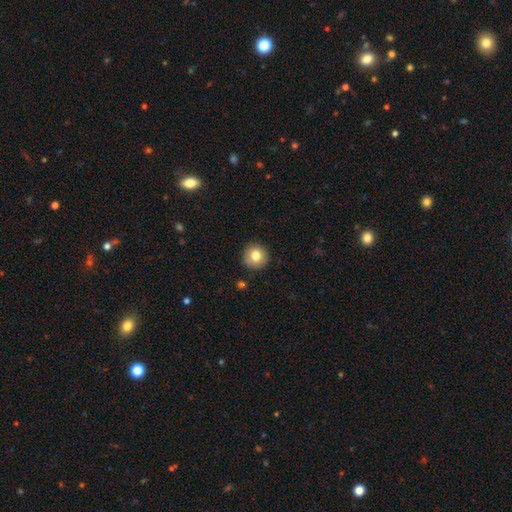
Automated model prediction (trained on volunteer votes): Smooth or featured? Predicted: smooth (p=0.80). How rounded? Predicted: round (p=0.94). Merging? Predicted: none (p=0.87).